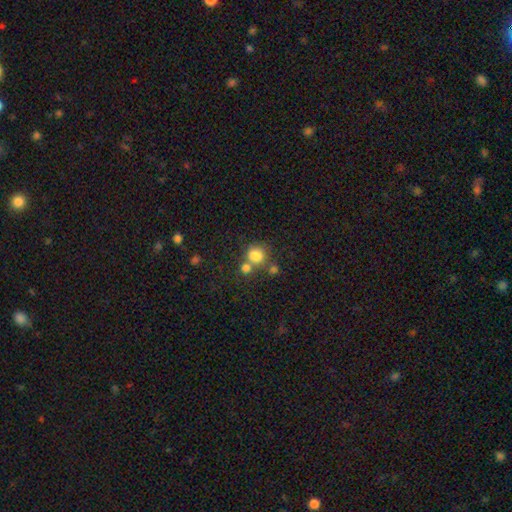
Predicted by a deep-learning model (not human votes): A smooth galaxy with no disk features (80%) that is round (81%). Merging: none (49%).